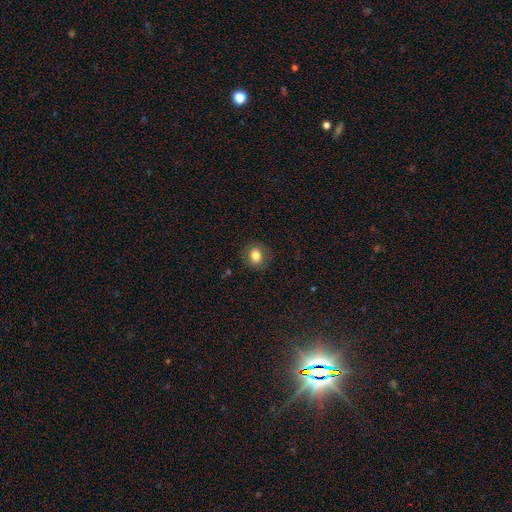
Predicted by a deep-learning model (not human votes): Morphology: type=smooth (80%); roundness=round (69%); merging=none (85%).